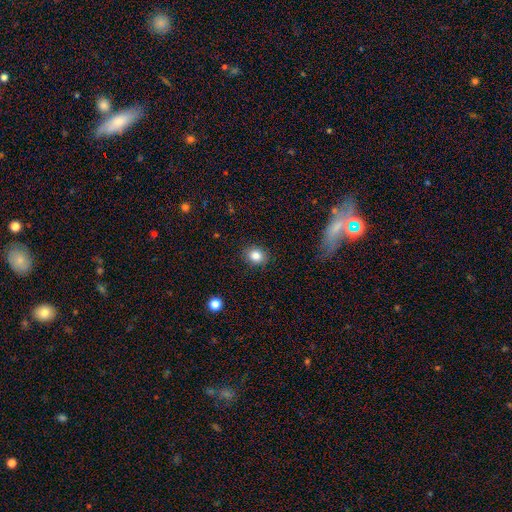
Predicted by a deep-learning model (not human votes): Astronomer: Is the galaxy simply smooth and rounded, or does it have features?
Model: smooth — 83%.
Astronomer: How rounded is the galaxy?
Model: round — 68%.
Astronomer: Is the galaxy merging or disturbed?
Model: none — 88%.